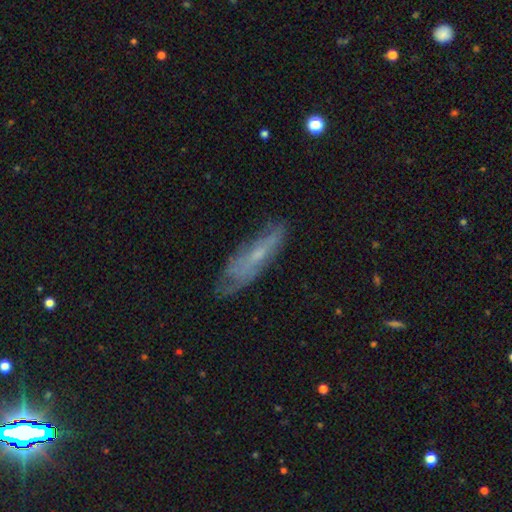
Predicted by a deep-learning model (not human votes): A featured or disk galaxy (52%). Merging: none (65%).